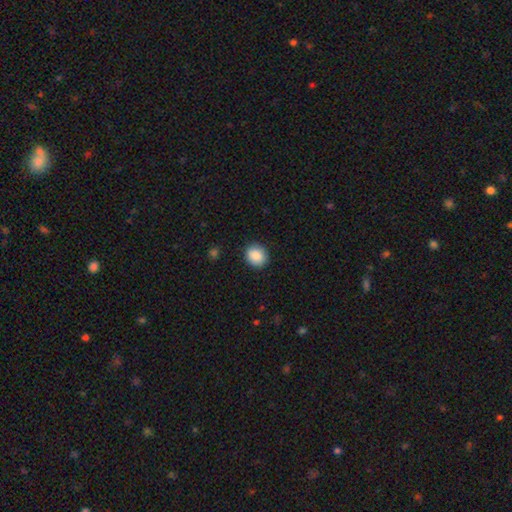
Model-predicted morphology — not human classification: Smooth or featured? smooth (89%)
How rounded? round (74%)
Merging? none (89%)